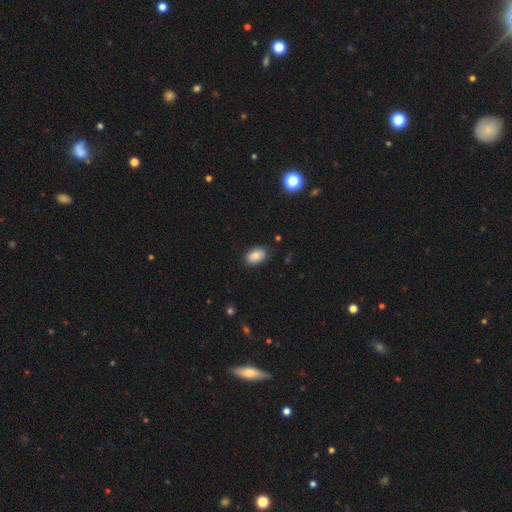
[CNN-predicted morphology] Smooth or featured? Predicted: smooth (p=0.86). How rounded? Predicted: in between (p=0.85). Merging? Predicted: none (p=0.86).